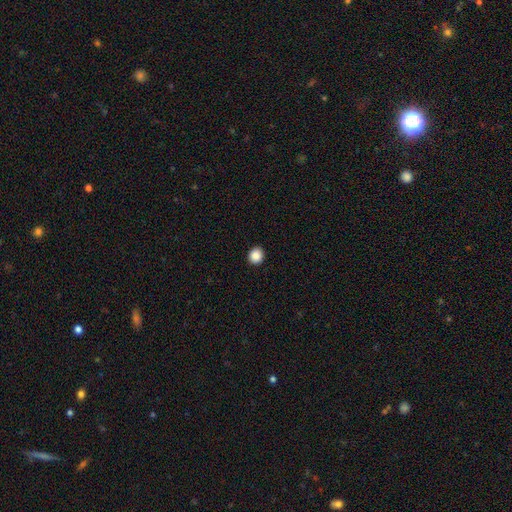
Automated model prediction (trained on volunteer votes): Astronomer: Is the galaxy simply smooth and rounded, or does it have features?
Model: smooth — 88%.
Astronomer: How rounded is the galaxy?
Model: round — 86%.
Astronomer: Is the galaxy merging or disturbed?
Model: none — 92%.